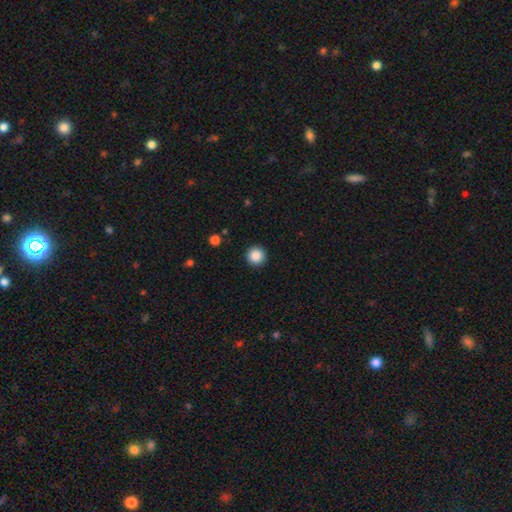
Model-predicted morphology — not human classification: A smooth galaxy with no disk features (87%) that is round (96%). Merging: none (93%).